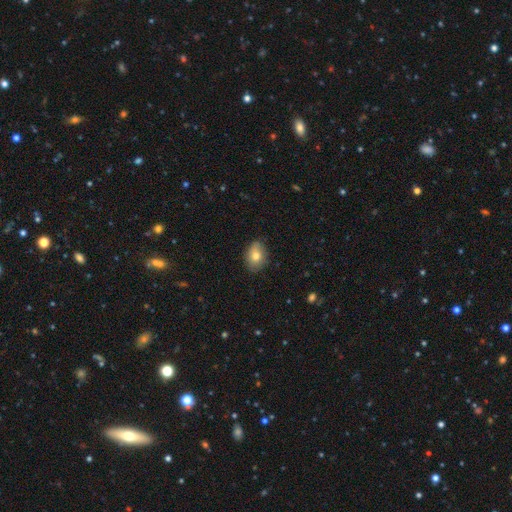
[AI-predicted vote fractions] Q: Smooth or featured?
A: smooth (76%); runner-up: featured or disk (15%)
Q: How rounded?
A: in between (75%); runner-up: round (24%)
Q: Merging?
A: none (81%); runner-up: minor disturbance (16%)